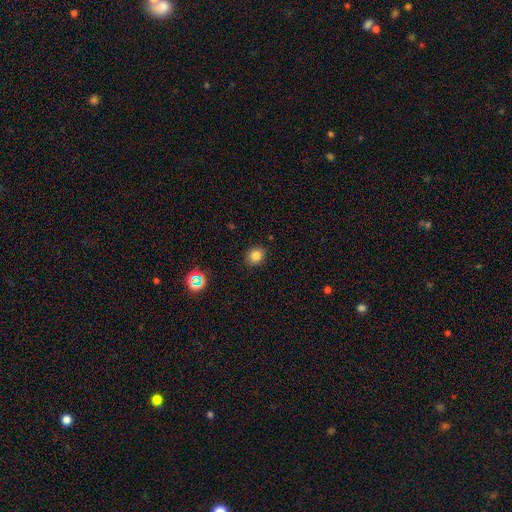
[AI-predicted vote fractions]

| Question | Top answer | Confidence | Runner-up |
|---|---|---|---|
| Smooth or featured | smooth | 81% | star or artifact (13%) |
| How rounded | round | 67% | in between (33%) |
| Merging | none | 89% | minor disturbance (8%) |